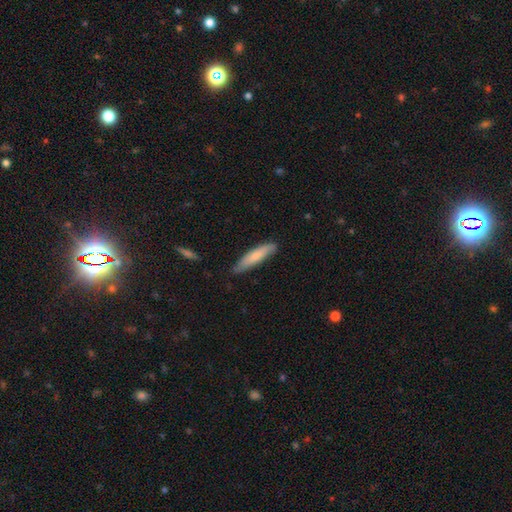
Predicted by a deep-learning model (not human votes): smooth-or-featured: smooth: 72% | featured or disk: 22% | star or artifact: 5%
  how-rounded: cigar-shaped: 81% | in between: 17% | round: 1%
  merging: none: 78% | minor disturbance: 18% | major disturbance: 2% | merger: 1%